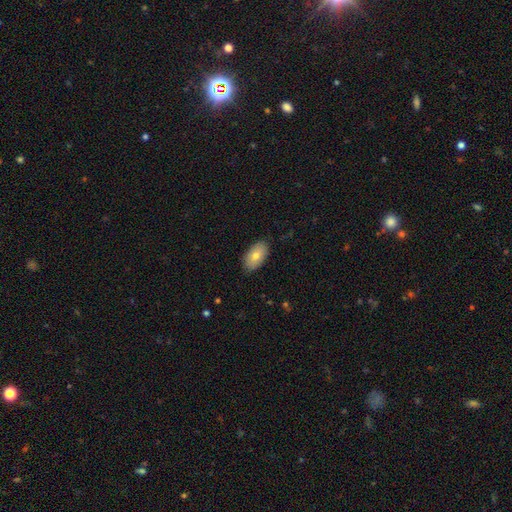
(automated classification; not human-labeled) A smooth galaxy with no disk features (74%) that is in between round and cigar-shaped (94%). Merging: none (86%).